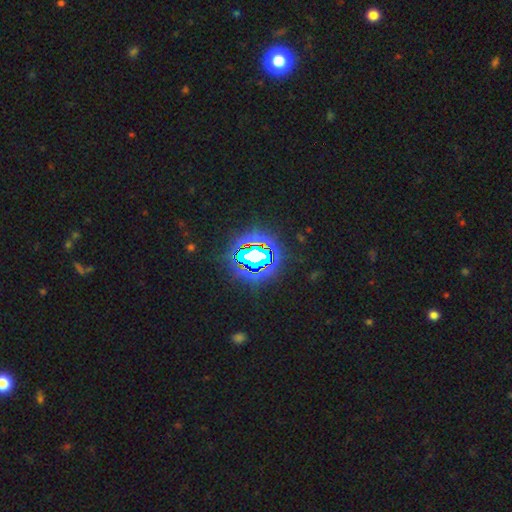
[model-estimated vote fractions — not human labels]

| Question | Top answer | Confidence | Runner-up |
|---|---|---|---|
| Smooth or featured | star or artifact | 74% | smooth (14%) |